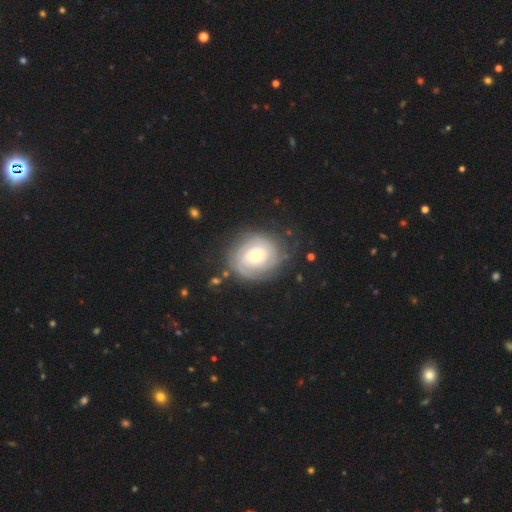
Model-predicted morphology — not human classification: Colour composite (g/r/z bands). It shows a featured or disk galaxy (72%) with no bar (79%), tight (77%) spiral arms (86%) and a moderate central bulge (59%). Merging: none (74%).